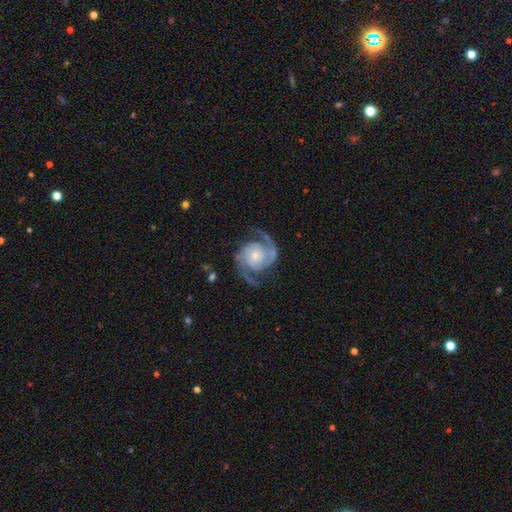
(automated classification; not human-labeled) Morphology: type=featured or disk (93%); edge-on=no (98%); bar=no (70%); spiral arms=yes (98%); winding=medium (56%); arm count=2 (93%); bulge=small (63%); merging=none (78%).